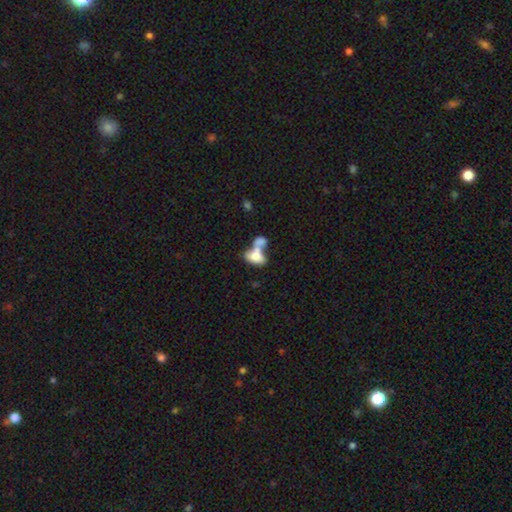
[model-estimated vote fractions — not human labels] Smooth or featured?
  - smooth: 68% *
  - featured or disk: 24%
  - star or artifact: 8%
How rounded?
  - in between: 86% *
  - round: 10%
  - cigar-shaped: 4%
Merging?
  - merger: 66% *
  - none: 17%
  - minor disturbance: 8%
  - major disturbance: 8%